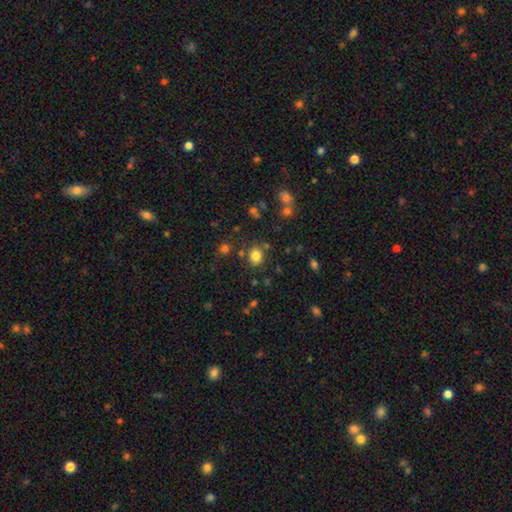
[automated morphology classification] A smooth galaxy with no disk features (81%) that is round (73%). Merging: none (80%).